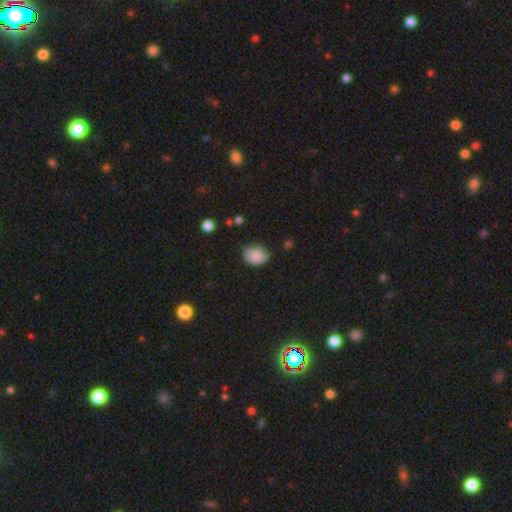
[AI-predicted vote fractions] Smooth or featured?
  - smooth: 83% *
  - featured or disk: 8%
  - star or artifact: 8%
How rounded?
  - in between: 56% *
  - round: 43%
  - cigar-shaped: 1%
Merging?
  - none: 67% *
  - minor disturbance: 26%
  - major disturbance: 5%
  - merger: 2%